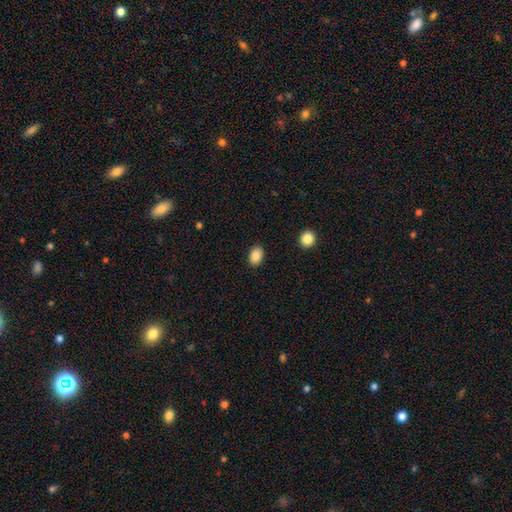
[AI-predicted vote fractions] A smooth galaxy with no disk features (88%) that is in between round and cigar-shaped (78%). Merging: none (89%).